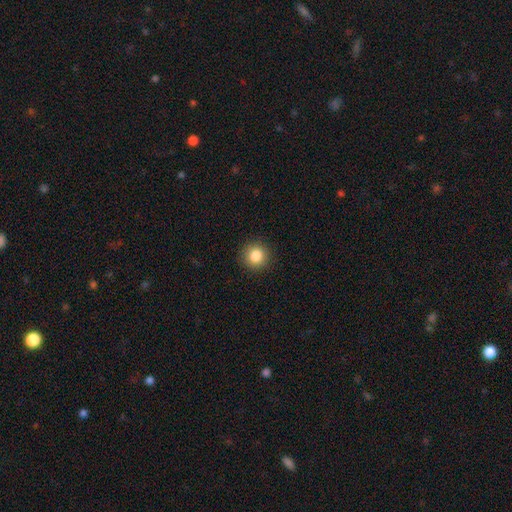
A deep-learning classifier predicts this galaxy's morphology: type=smooth (85%); roundness=round (93%); merging=none (91%).